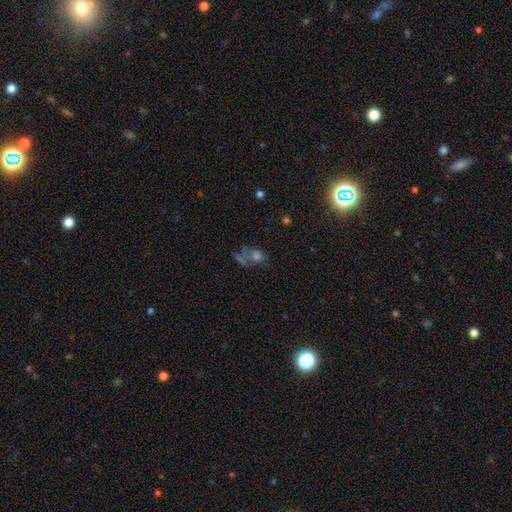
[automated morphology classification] A smooth galaxy with no disk features (38%). Merging: none (35%).